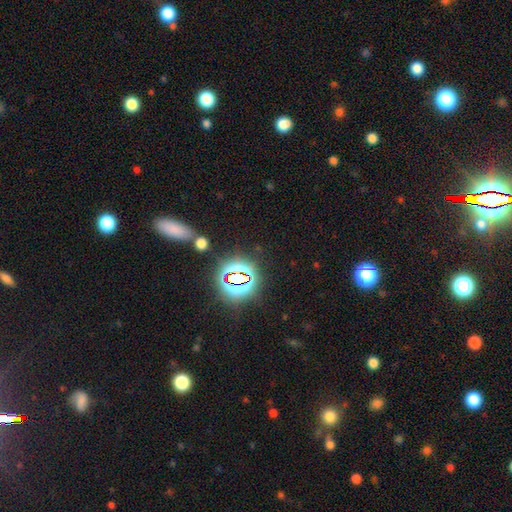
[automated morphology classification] type=star or artifact (76%).